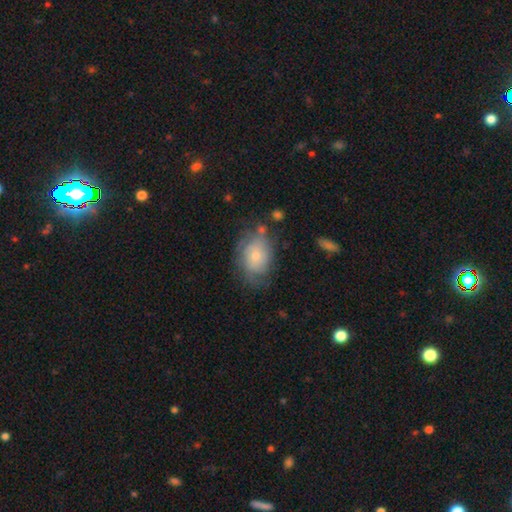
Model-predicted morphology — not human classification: Smooth or featured? featured or disk (48%)
Merging? none (56%)